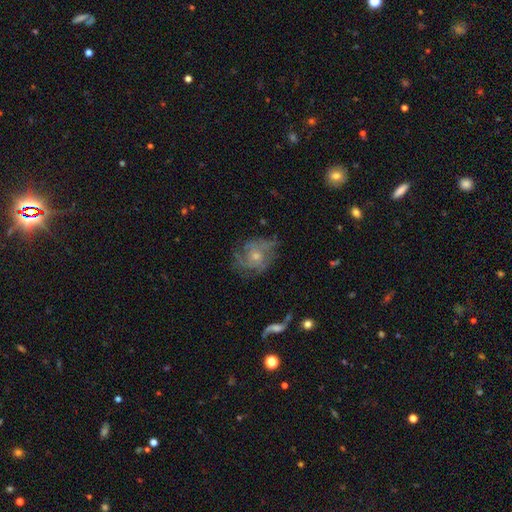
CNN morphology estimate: The model was most divided on "spiral winding": tight: 41%, medium: 40%, loose: 20%. Remaining: edge-on disk — no (97%); spiral arms — yes (83%); bar — no (81%); smooth or featured — featured or disk (72%); merging — none (62%); bulge size — moderate (49%); spiral arm count — can't tell (35%).